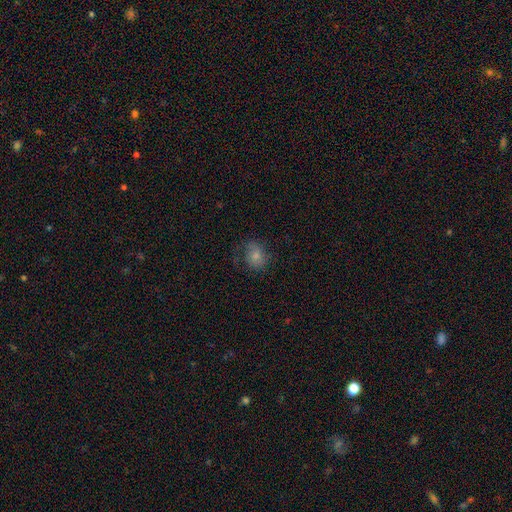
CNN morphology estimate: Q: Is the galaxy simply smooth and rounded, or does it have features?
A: smooth — 71%.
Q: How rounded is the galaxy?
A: round — 57%.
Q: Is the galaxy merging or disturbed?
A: none — 59%.